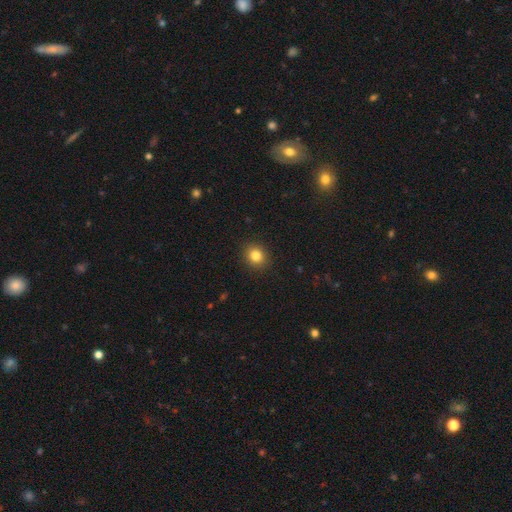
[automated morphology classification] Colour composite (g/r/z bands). It shows a smooth galaxy with no disk features (83%) that is round (71%). Merging: none (91%).